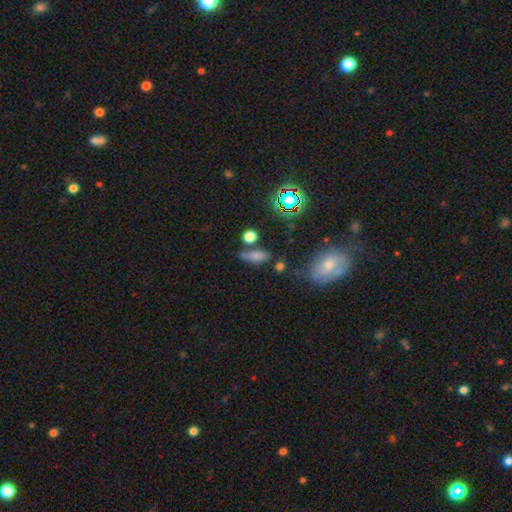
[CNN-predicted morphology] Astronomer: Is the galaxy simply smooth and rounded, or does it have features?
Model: smooth — 72%.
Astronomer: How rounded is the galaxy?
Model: in between — 62%.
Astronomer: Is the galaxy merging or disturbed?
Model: none — 59%.